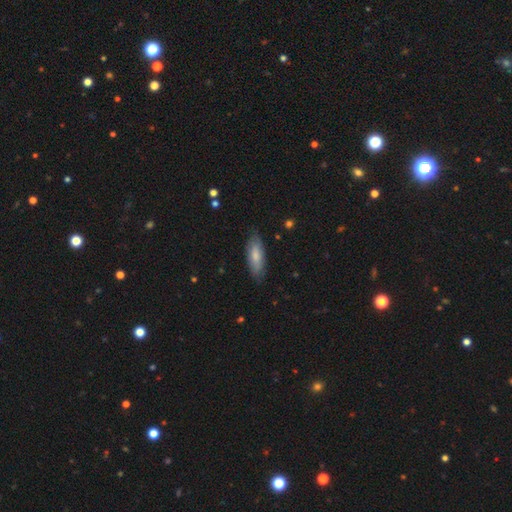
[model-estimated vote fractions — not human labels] Morphology: type=smooth (74%); roundness=in between (68%); merging=none (81%).